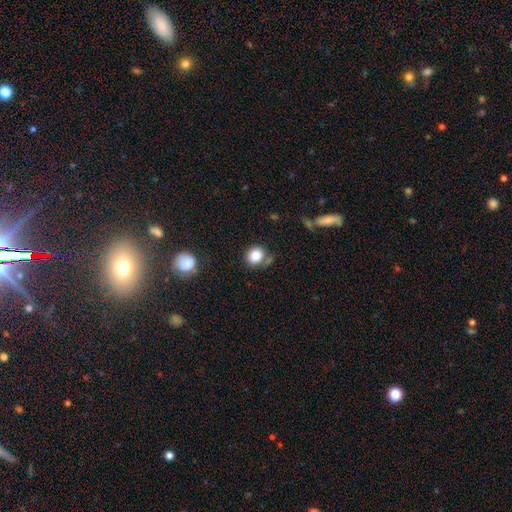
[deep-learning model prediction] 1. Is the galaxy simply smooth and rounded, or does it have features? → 85% smooth, 10% star or artifact, 5% featured or disk.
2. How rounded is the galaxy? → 76% round, 23% in between, 1% cigar-shaped.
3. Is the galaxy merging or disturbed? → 70% none, 16% minor disturbance, 9% merger, 6% major disturbance.